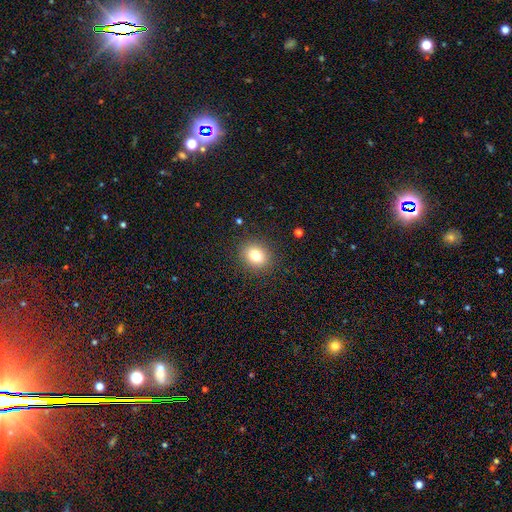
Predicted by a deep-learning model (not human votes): The model was most divided on "how rounded": round: 62%, in between: 37%, cigar-shaped: 1%. More confident: merging — none (89%); smooth or featured — smooth (79%).